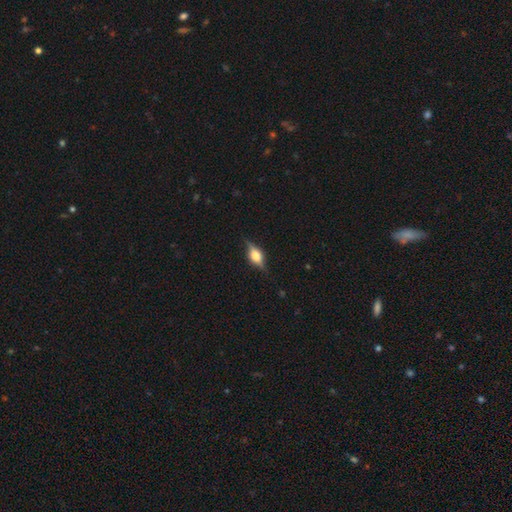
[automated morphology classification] Smooth or featured? featured or disk (62%)
Edge-on disk? yes (94%)
Edge-on bulge? rounded (90%)
Merging? none (82%)